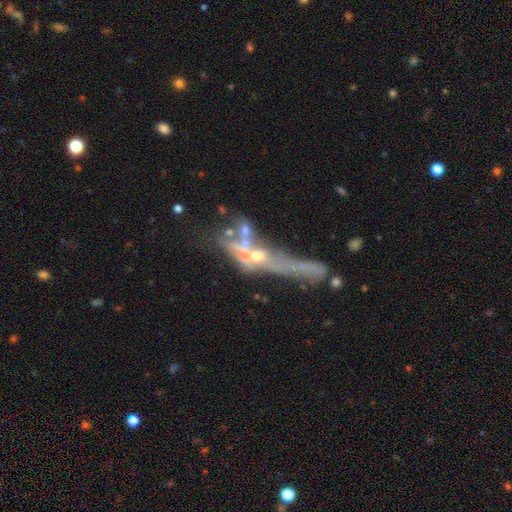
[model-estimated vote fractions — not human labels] Q: Smooth or featured?
A: featured or disk (62%); runner-up: smooth (21%)
Q: Edge-on disk?
A: no (58%); runner-up: yes (42%)
Q: Merging?
A: merger (37%); runner-up: major disturbance (29%)